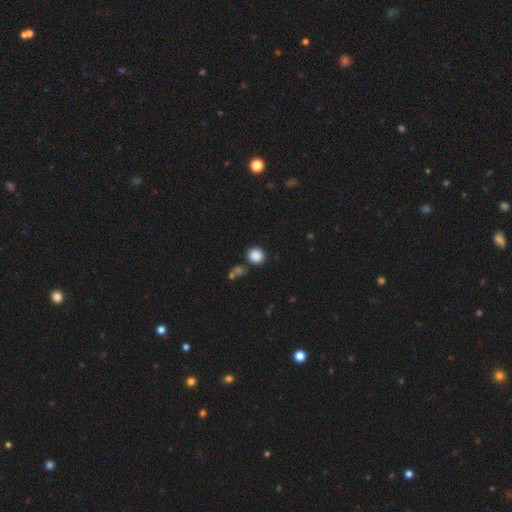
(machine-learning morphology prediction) A smooth galaxy with no disk features (86%) that is round (84%).

Vote fractions:
- Smooth or featured? smooth: 86% / star or artifact: 10% / featured or disk: 3%
- How rounded? round: 84% / in between: 15% / cigar-shaped: 1%
- Merging? none: 80% / minor disturbance: 10% / merger: 7% / major disturbance: 3%